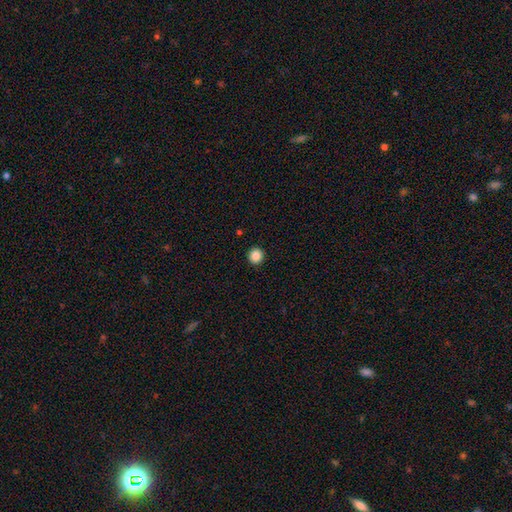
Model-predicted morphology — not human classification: type=smooth (87%); roundness=round (93%); merging=none (93%).